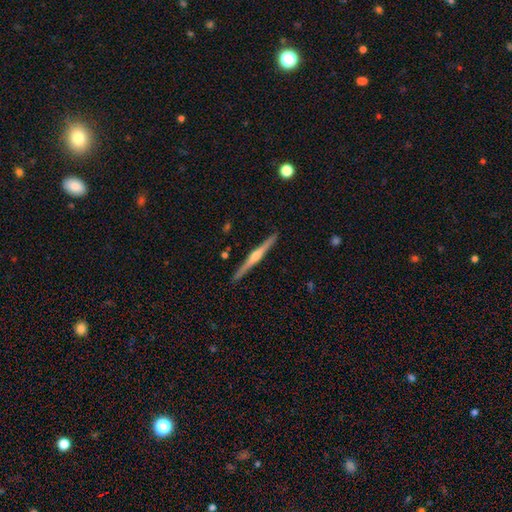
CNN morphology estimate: Smooth or featured? Predicted: featured or disk (p=0.80). Edge-on disk? Predicted: yes (p=0.99). Edge-on bulge? Predicted: rounded (p=0.90). Merging? Predicted: none (p=0.92).